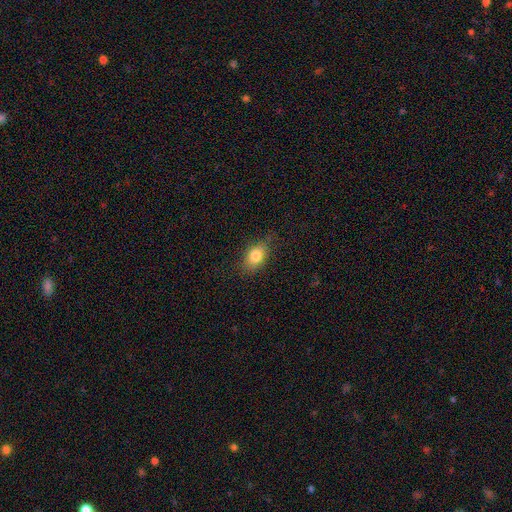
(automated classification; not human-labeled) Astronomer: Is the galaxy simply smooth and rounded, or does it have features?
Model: smooth — 80%.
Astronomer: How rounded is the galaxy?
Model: in between — 81%.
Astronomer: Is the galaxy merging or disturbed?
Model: none — 78%.